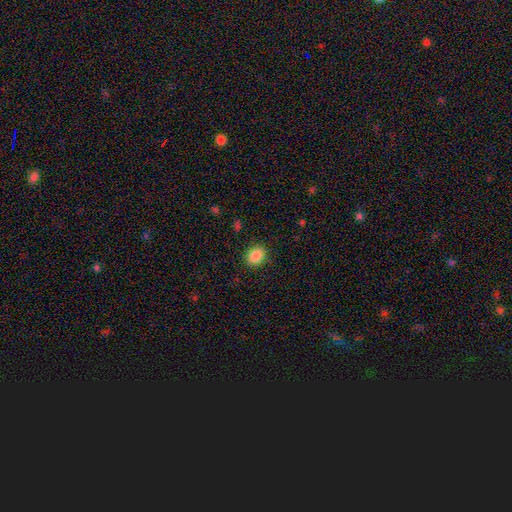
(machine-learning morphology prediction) Overall: smooth (88%). How rounded: in between (52%; round 47%). Merging: none (88%).